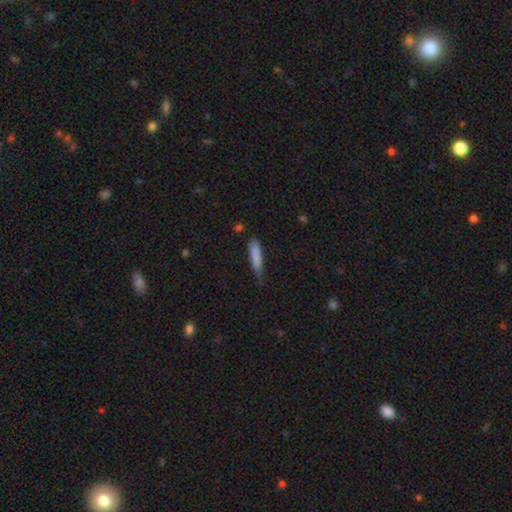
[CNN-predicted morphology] A smooth galaxy with no disk features (83%) that is cigar-shaped (80%). Merging: none (60%).